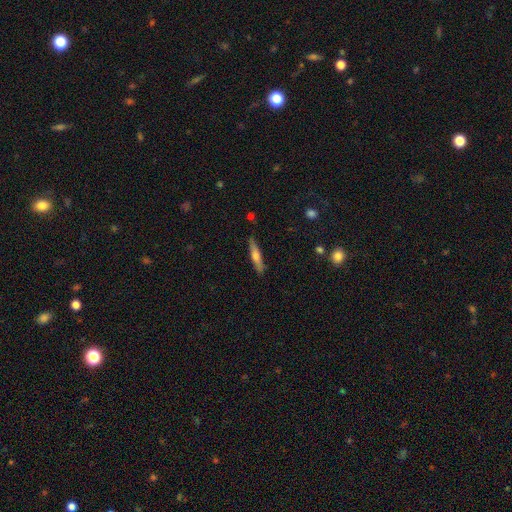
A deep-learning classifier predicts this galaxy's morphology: This is possibly a smooth galaxy (47%, tied with featured or disk). Merging: clearly none (87%).